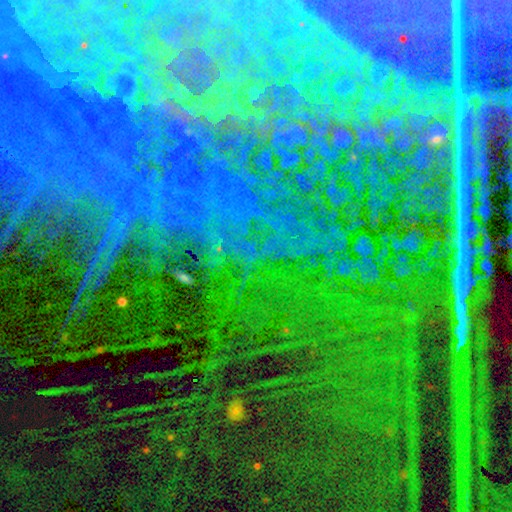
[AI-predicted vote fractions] Morphology: type=star or artifact (85%).